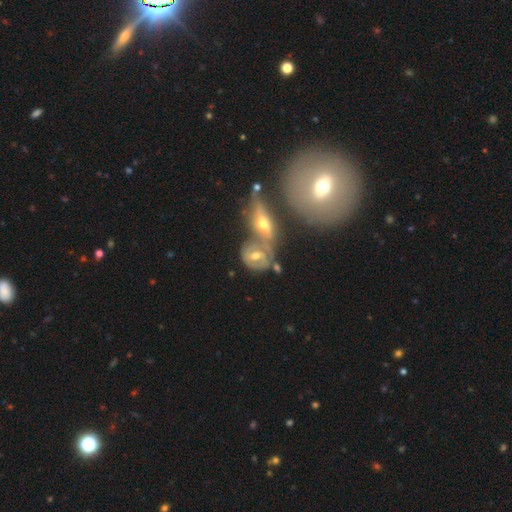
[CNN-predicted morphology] A featured or disk galaxy (65%) with no bar (51%), spiral arms (63%) and a moderate central bulge (68%). Merging: merger (45%).